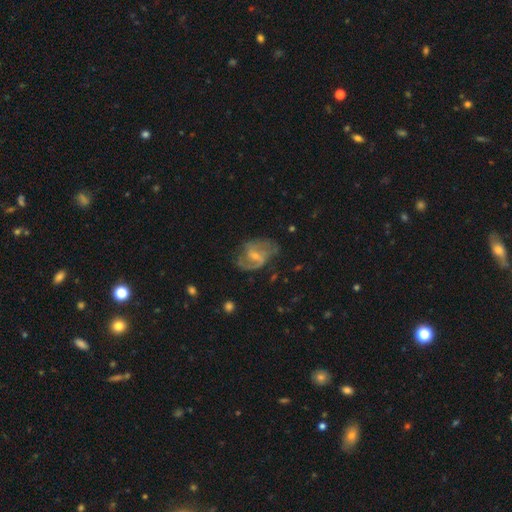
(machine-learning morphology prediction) This appears to be a featured or disk galaxy (80%) with a weak bar (55%), 2 (76%) medium (49%) spiral arms (91%) and a small central bulge (59%). Merging: none (56%).